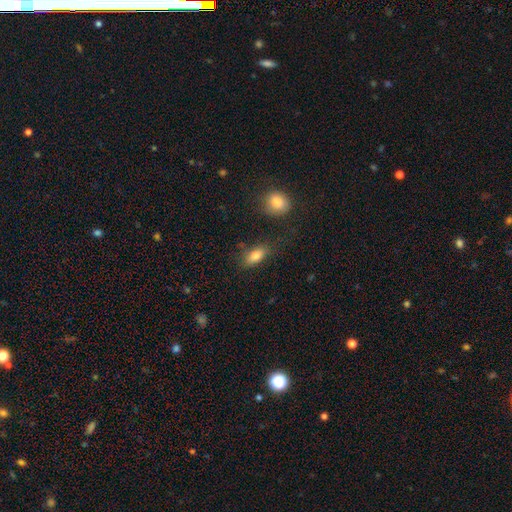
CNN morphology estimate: This appears to be a smooth galaxy with no disk features (82%) that is in between round and cigar-shaped (86%). Merging: none (69%).